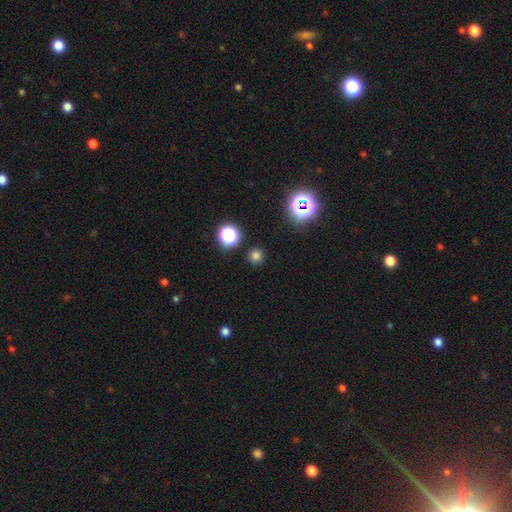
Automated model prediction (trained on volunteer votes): Morphology: type=smooth (73%); roundness=round (93%); merging=none (90%).